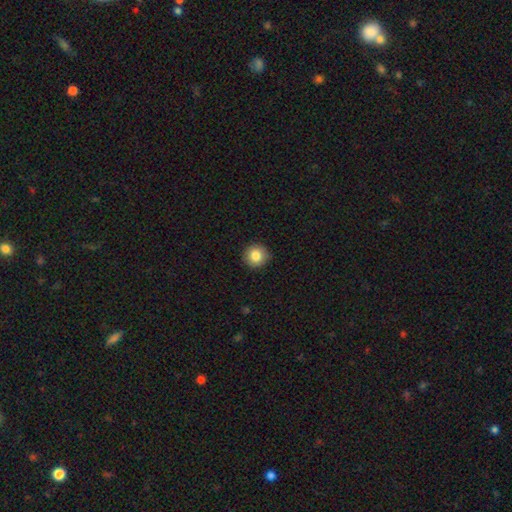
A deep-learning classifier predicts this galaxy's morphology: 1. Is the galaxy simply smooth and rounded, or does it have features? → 84% smooth, 9% star or artifact, 7% featured or disk.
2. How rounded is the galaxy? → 94% round, 5% in between, 1% cigar-shaped.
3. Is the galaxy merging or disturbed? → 92% none, 6% minor disturbance, 2% major disturbance, 1% merger.